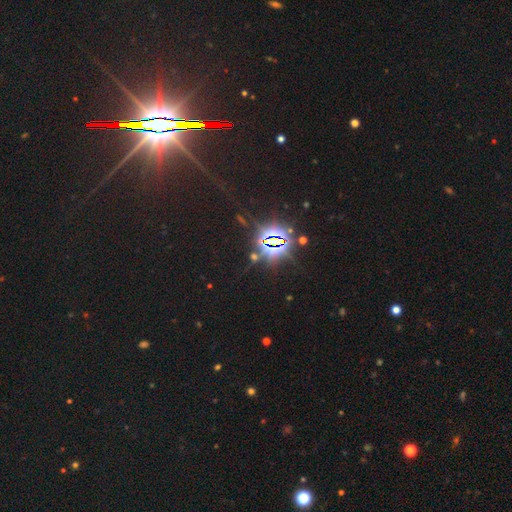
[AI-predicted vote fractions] Morphology: type=star or artifact (84%).